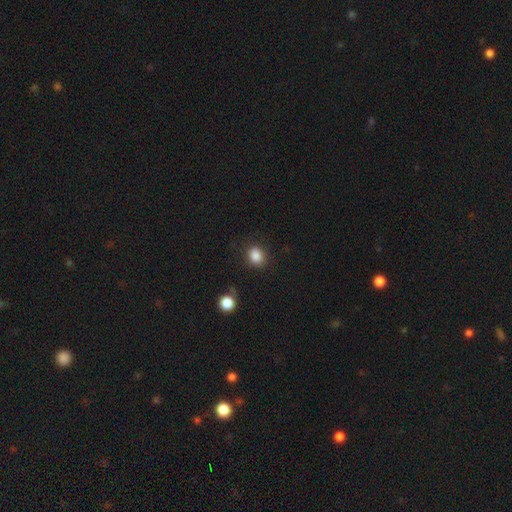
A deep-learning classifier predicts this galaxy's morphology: A smooth galaxy with no disk features (86%) that is round (62%). Merging: none (82%).